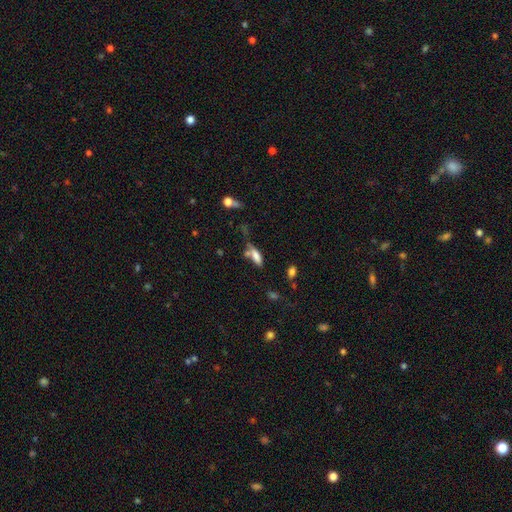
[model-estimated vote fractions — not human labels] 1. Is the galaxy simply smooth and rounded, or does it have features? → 71% smooth, 18% featured or disk, 11% star or artifact.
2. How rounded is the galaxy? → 61% in between, 36% cigar-shaped, 3% round.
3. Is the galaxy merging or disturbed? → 39% none, 26% merger, 21% minor disturbance, 14% major disturbance.